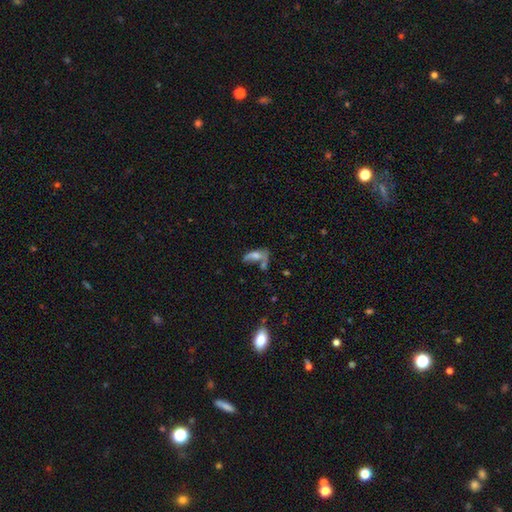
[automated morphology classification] The model was most divided on "merging": merger: 38%, none: 24%, major disturbance: 23%, minor disturbance: 15%. More confident: how rounded — in between (73%); smooth or featured — smooth (53%).